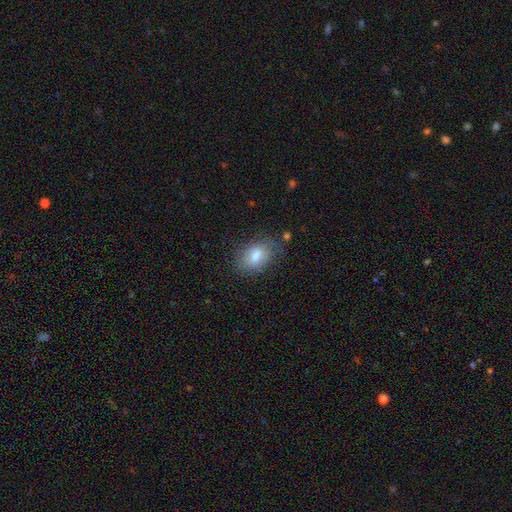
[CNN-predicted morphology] Smooth or featured: smooth — 75% (featured or disk — 16%)
How rounded: in between — 88% (round — 9%)
Merging: none — 73% (minor disturbance — 19%)